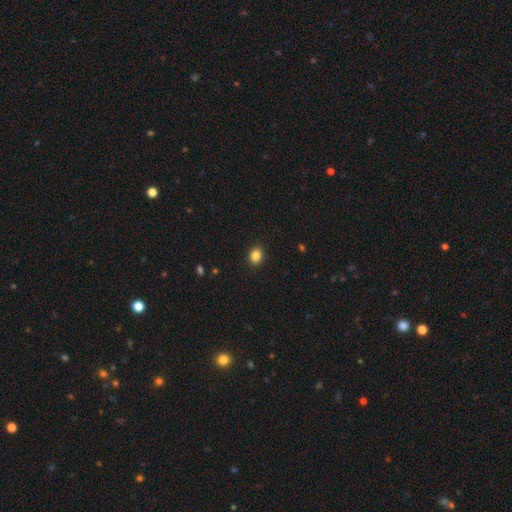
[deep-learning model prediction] The model was most divided on "how rounded": round: 52%, in between: 47%, cigar-shaped: 1%. More confident: merging — none (90%); smooth or featured — smooth (86%).